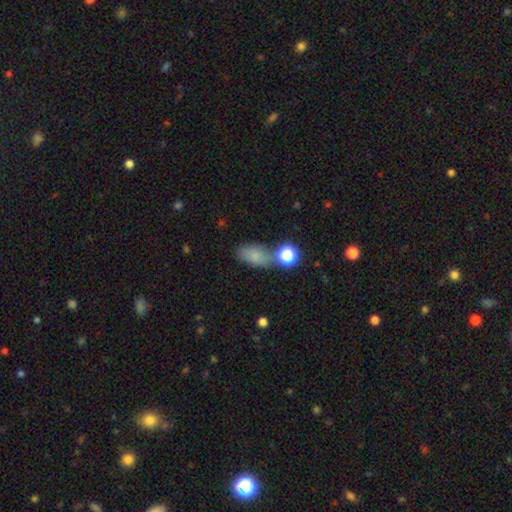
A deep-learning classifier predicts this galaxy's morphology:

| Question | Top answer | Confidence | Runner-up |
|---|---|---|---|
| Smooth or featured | smooth | 78% | star or artifact (13%) |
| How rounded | in between | 85% | round (11%) |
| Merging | none | 57% | minor disturbance (19%) |